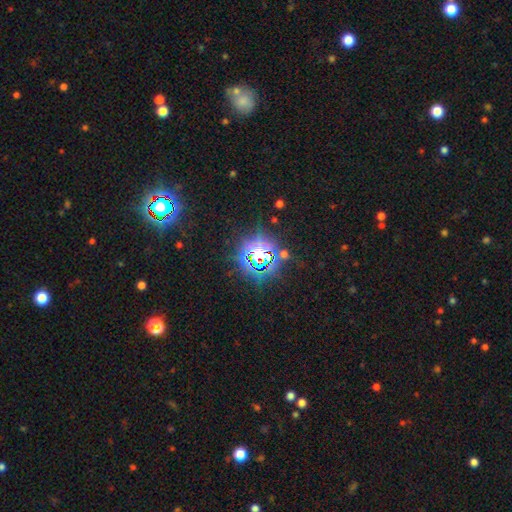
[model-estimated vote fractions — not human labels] The model was most divided on "smooth or featured": star or artifact: 79%, smooth: 13%, featured or disk: 9%.